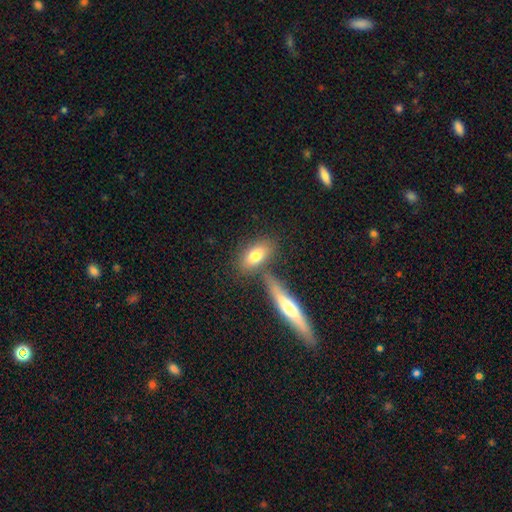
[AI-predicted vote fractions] A smooth galaxy with no disk features (74%) that is in between round and cigar-shaped (79%).

Vote fractions:
- Smooth or featured? smooth: 74% / featured or disk: 18% / star or artifact: 7%
- How rounded? in between: 79% / cigar-shaped: 14% / round: 8%
- Merging? none: 62% / merger: 21% / minor disturbance: 12% / major disturbance: 4%